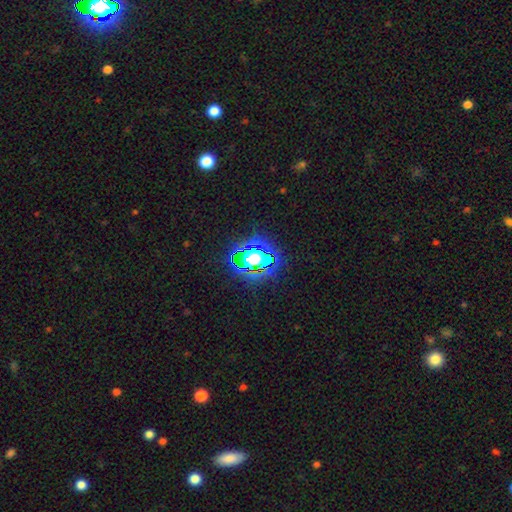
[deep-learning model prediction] Smooth or featured: star or artifact — 56% (smooth — 28%)